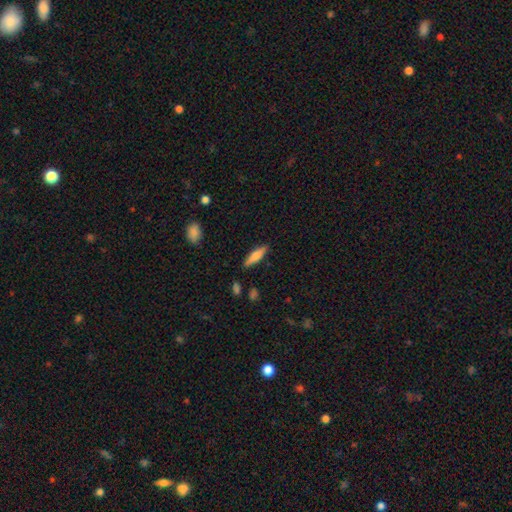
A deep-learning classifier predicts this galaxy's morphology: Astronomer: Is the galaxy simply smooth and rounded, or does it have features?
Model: smooth — 56% (runner-up: featured or disk, 38%).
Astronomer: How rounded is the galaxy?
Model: cigar-shaped — 68%.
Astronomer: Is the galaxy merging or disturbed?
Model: none — 87%.